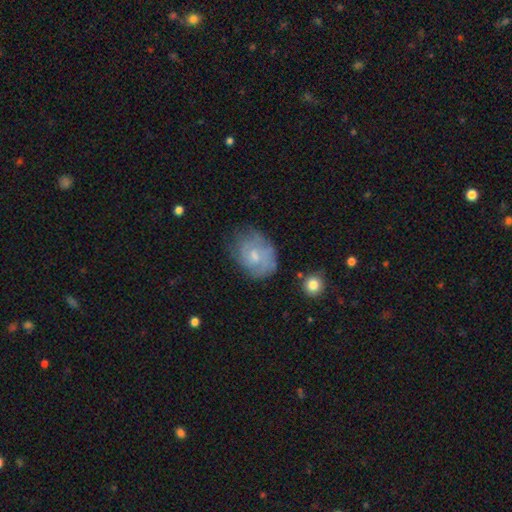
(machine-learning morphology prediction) Q: Smooth or featured?
A: featured or disk (53%); runner-up: smooth (38%)
Q: Edge-on disk?
A: no (97%); runner-up: yes (3%)
Q: Bar?
A: no (64%); runner-up: weak (32%)
Q: Spiral arms?
A: yes (71%); runner-up: no (29%)
Q: Bulge size?
A: small (52%); runner-up: moderate (36%)
Q: Merging?
A: none (59%); runner-up: minor disturbance (27%)